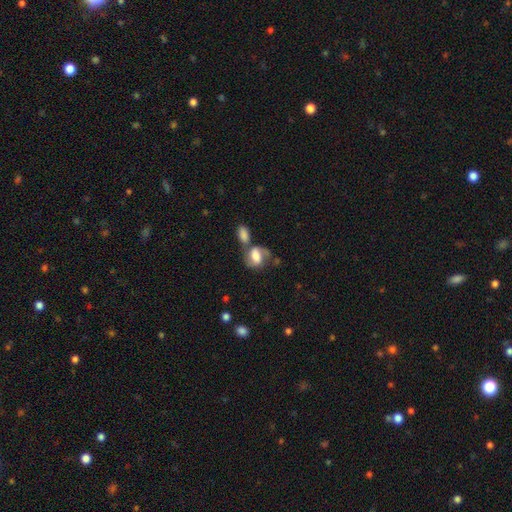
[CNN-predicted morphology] Overall: featured or disk (47%; smooth 45%). Merging: merger (40%; none 32%).